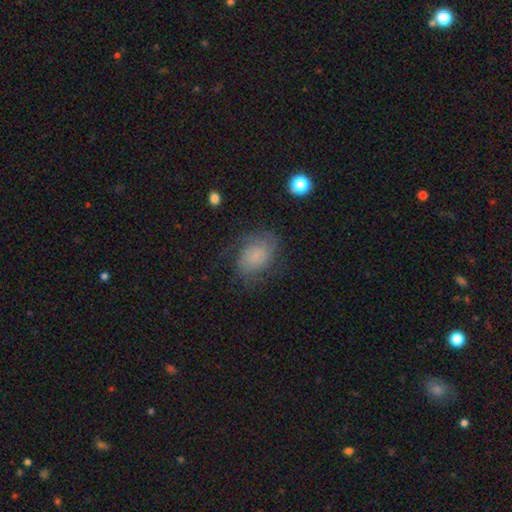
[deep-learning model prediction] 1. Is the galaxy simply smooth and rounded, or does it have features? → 46% smooth, 42% featured or disk, 12% star or artifact.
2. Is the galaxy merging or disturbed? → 60% none, 22% minor disturbance, 17% major disturbance, 2% merger.